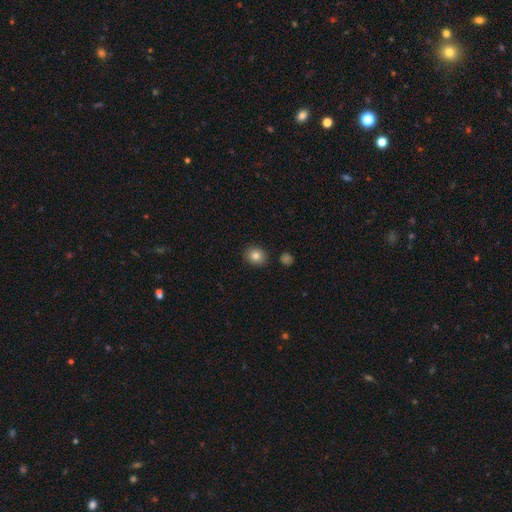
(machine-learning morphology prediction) This appears to be a smooth galaxy with no disk features (84%) that is round (76%). Merging: none (88%).